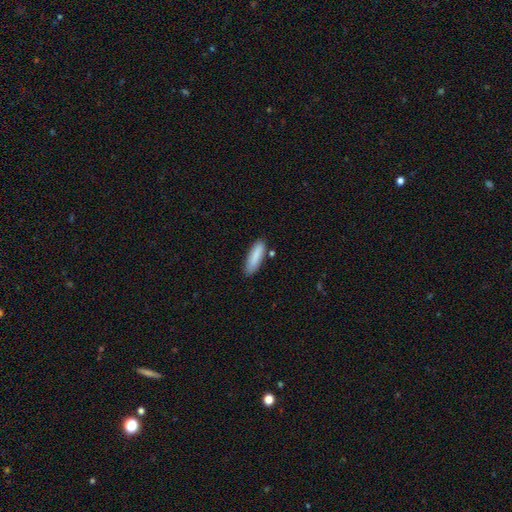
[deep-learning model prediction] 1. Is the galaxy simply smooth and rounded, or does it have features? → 86% smooth, 7% featured or disk, 6% star or artifact.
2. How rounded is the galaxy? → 59% cigar-shaped, 39% in between, 1% round.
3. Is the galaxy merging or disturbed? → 80% none, 14% minor disturbance, 4% merger, 3% major disturbance.